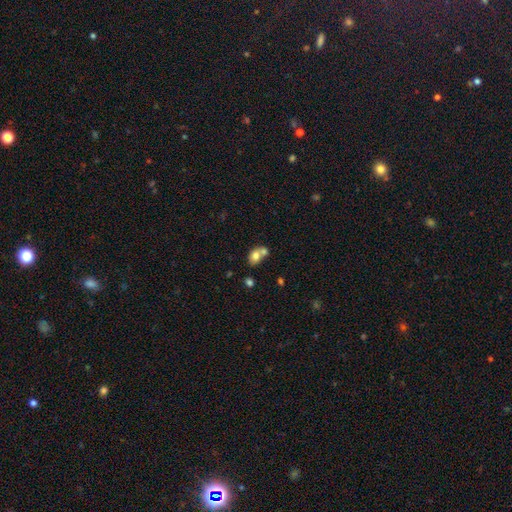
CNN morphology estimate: Smooth or featured?
  - smooth: 74% *
  - featured or disk: 16%
  - star or artifact: 9%
How rounded?
  - in between: 63% *
  - round: 36%
  - cigar-shaped: 1%
Merging?
  - merger: 60% *
  - none: 28%
  - minor disturbance: 9%
  - major disturbance: 4%